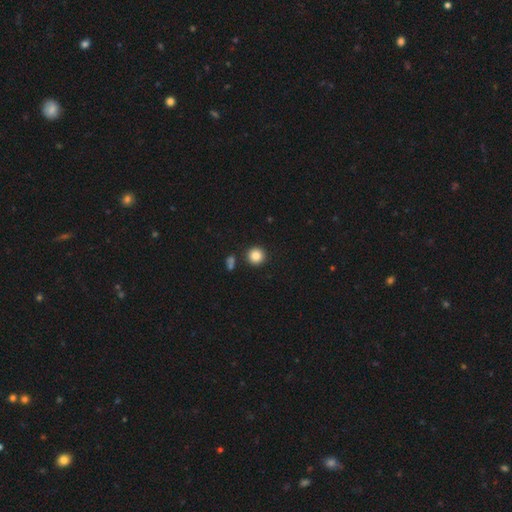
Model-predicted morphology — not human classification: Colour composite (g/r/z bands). It shows a smooth galaxy with no disk features (85%) that is round (94%). Merging: none (88%).